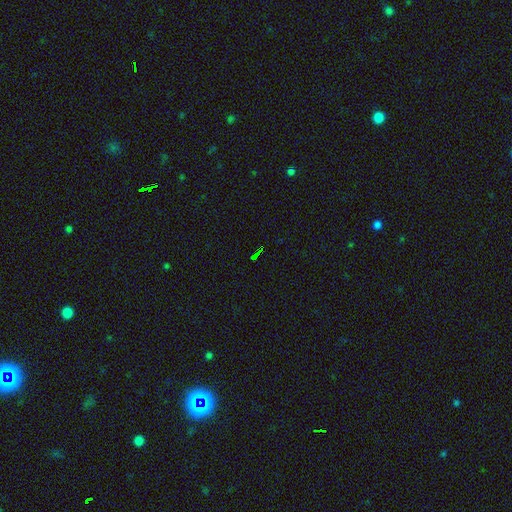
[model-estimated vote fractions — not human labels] star or artifact 73%, smooth 16%, featured or disk 11%.